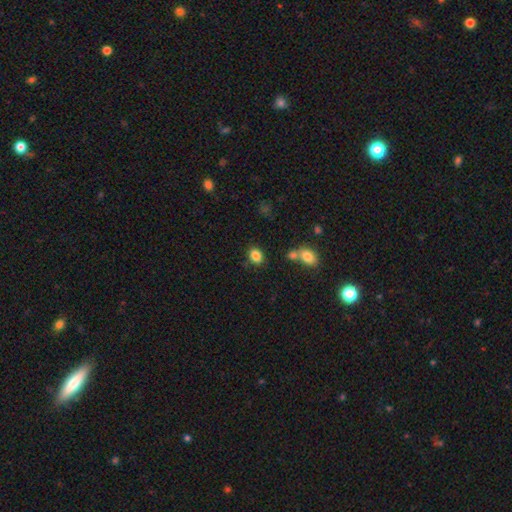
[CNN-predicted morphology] The model was most divided on "how rounded": in between: 68%, round: 30%, cigar-shaped: 1%. More confident: smooth or featured — smooth (85%); merging — none (76%).